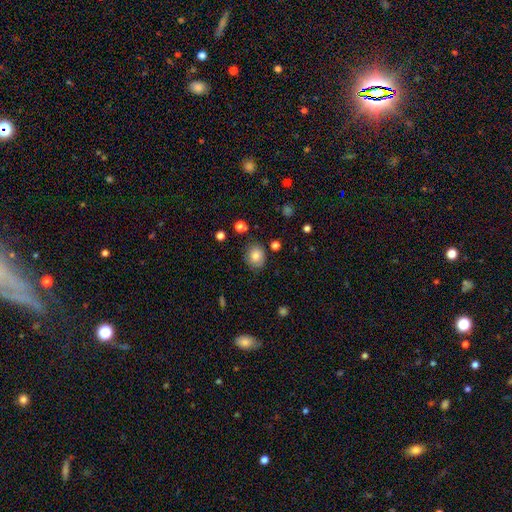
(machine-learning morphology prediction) smooth_or_featured: smooth (p=0.79) [alt: featured or disk p=0.11]
how_rounded: round (p=0.64) [alt: in between p=0.35]
merging: none (p=0.79) [alt: minor disturbance p=0.15]